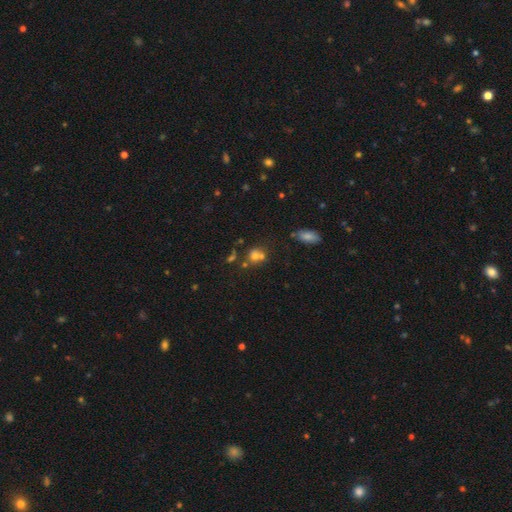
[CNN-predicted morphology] Smooth or featured? smooth (64%)
How rounded? round (72%)
Merging? merger (43%)